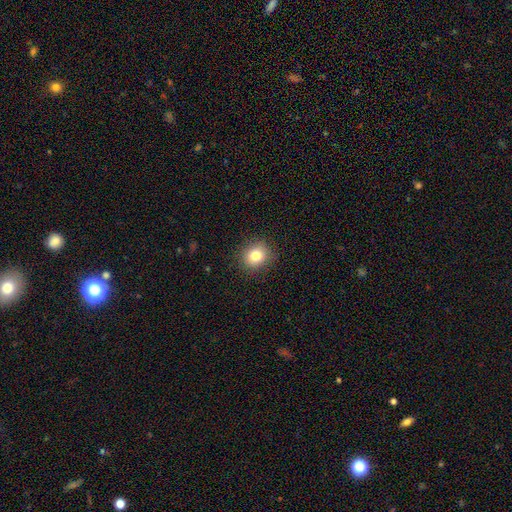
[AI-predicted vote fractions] A smooth galaxy with no disk features (80%) that is round (74%).

Vote fractions:
- Smooth or featured? smooth: 80% / star or artifact: 11% / featured or disk: 9%
- How rounded? round: 74% / in between: 25% / cigar-shaped: 1%
- Merging? none: 88% / minor disturbance: 9% / major disturbance: 3% / merger: 1%